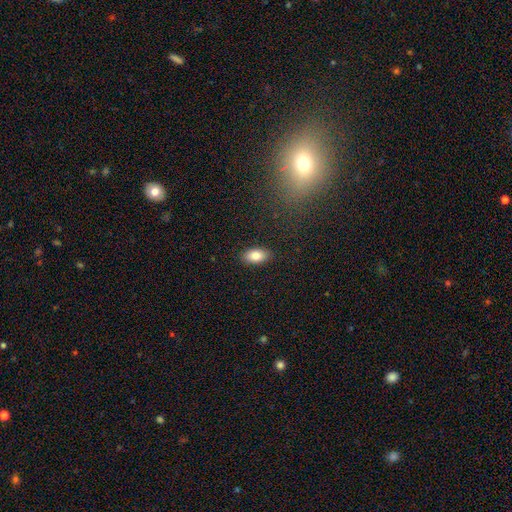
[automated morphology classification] Smooth or featured? smooth (85%)
How rounded? in between (93%)
Merging? none (89%)